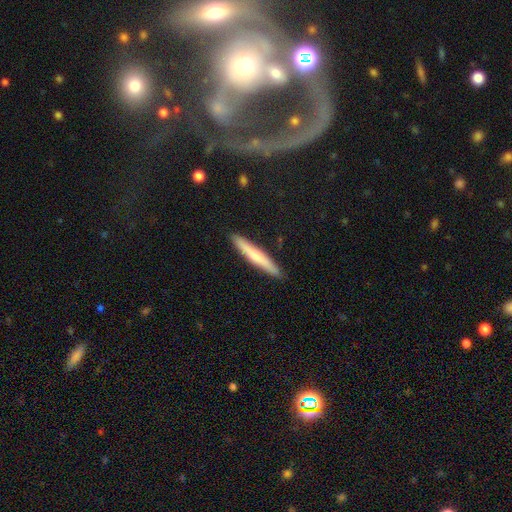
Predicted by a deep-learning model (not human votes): A smooth galaxy with no disk features (62%) that is cigar-shaped (95%). Merging: none (91%).